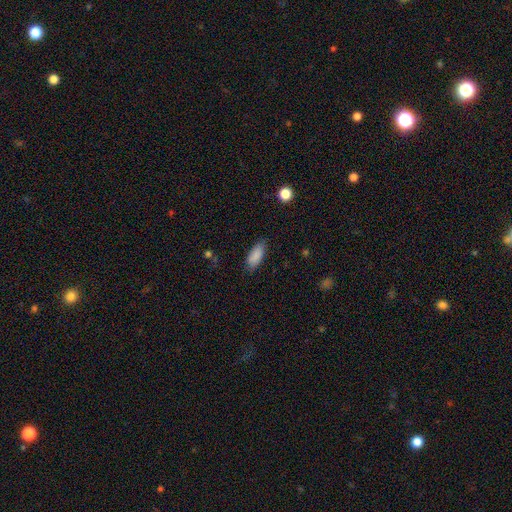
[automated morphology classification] This appears to be a smooth galaxy with no disk features (88%) that is in between round and cigar-shaped (81%). Merging: none (81%).